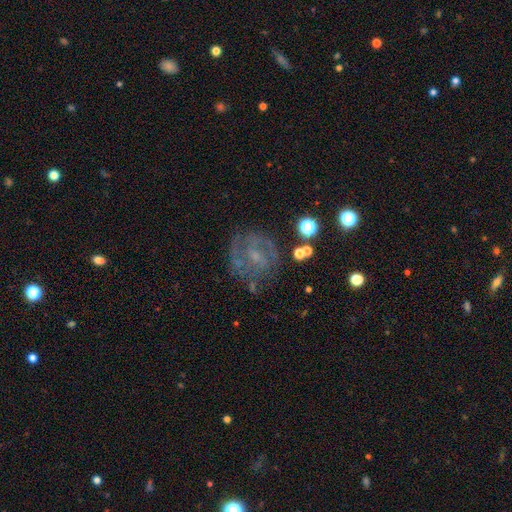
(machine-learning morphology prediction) Smooth or featured: featured or disk — 71% (smooth — 17%)
Edge-on disk: no — 97% (yes — 3%)
Bar: no — 45% (weak — 44%)
Spiral arms: yes — 79% (no — 21%)
Spiral winding: tight — 46% (medium — 40%)
Spiral arm count: 2 — 42% (can't tell — 34%)
Bulge size: small — 59% (moderate — 19%)
Merging: none — 69% (minor disturbance — 17%)